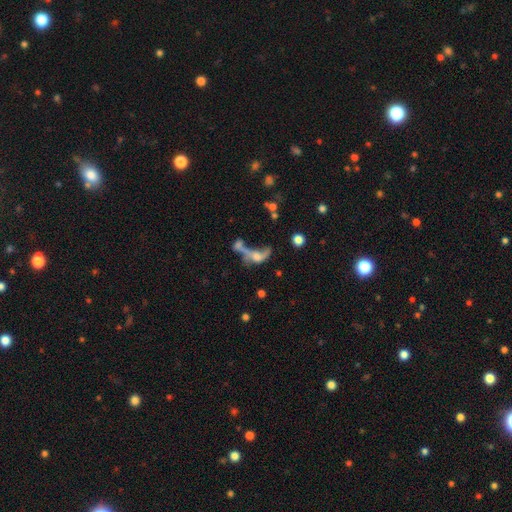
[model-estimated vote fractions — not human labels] The model was most divided on "smooth or featured": featured or disk: 51%, smooth: 34%, star or artifact: 16%. More confident: edge-on disk — no (90%); merging — merger (51%).